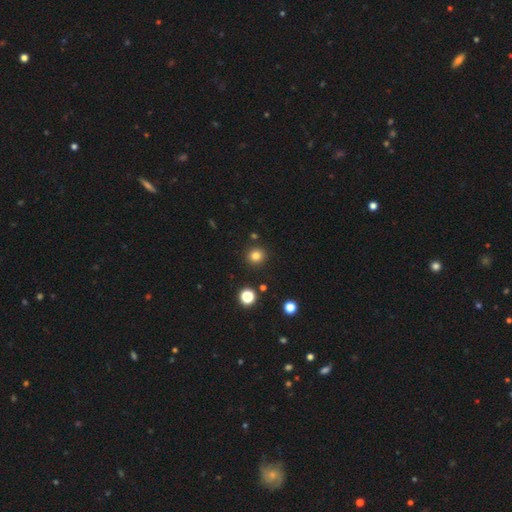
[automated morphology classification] The model was most divided on "smooth or featured": smooth: 81%, star or artifact: 14%, featured or disk: 5%. More confident: how rounded — round (93%); merging — none (90%).